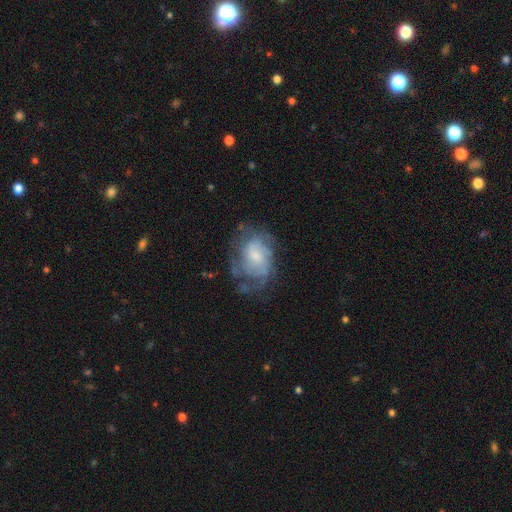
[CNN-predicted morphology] smooth_or_featured: featured or disk (p=0.66) [alt: smooth p=0.26]
disk_edge_on: no (p=0.97) [alt: yes p=0.03]
bar: no (p=0.61) [alt: weak p=0.34]
has_spiral_arms: yes (p=0.76) [alt: no p=0.24]
bulge_size: small (p=0.49) [alt: moderate p=0.34]
merging: none (p=0.51) [alt: minor disturbance p=0.24]